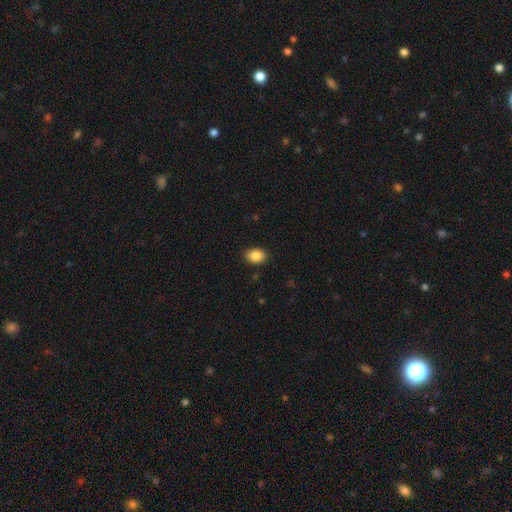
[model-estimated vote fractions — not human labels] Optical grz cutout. It shows a smooth galaxy with no disk features (87%) that is in between round and cigar-shaped (76%). Merging: none (86%).